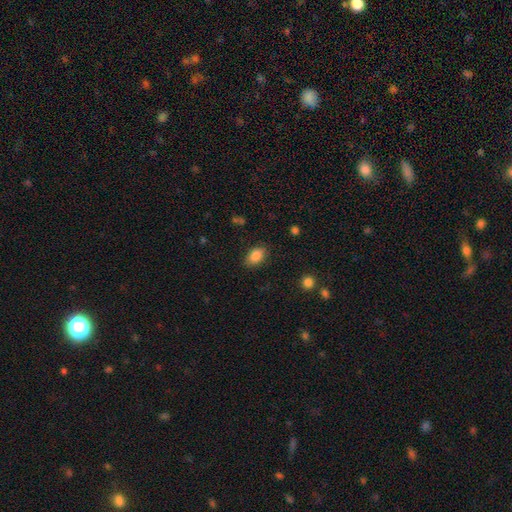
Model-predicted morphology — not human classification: type=smooth (85%); roundness=in between (87%); merging=none (84%).